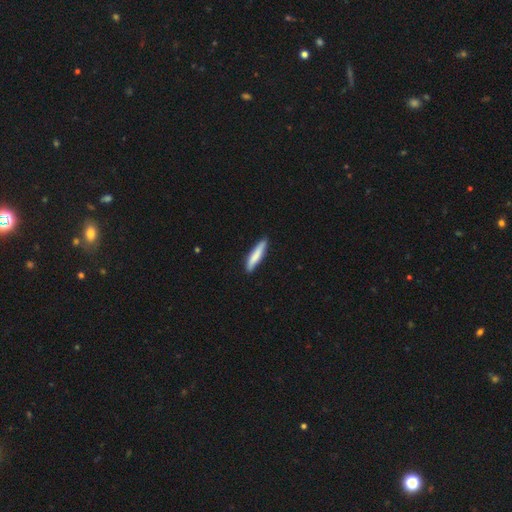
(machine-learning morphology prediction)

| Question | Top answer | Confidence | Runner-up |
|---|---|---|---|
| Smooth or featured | smooth | 79% | featured or disk (16%) |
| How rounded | cigar-shaped | 88% | in between (11%) |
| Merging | none | 88% | minor disturbance (9%) |